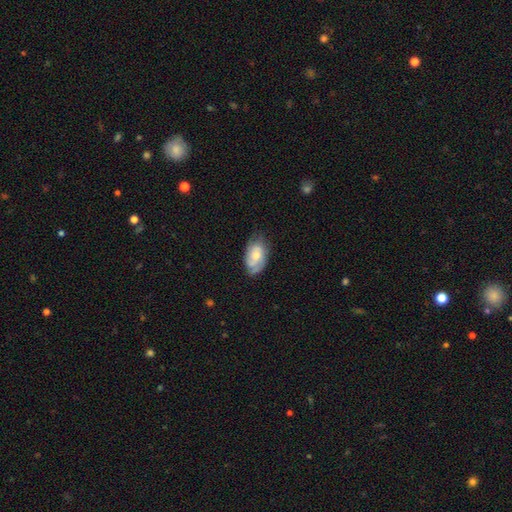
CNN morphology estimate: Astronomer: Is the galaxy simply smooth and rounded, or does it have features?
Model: featured or disk — 47% (runner-up: smooth, 46%).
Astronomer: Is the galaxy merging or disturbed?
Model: none — 62%.